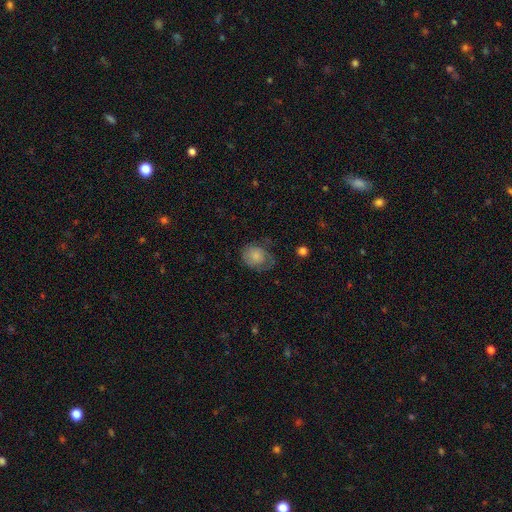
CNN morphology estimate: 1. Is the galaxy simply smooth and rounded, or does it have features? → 70% smooth, 22% featured or disk, 8% star or artifact.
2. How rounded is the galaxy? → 51% round, 48% in between, 1% cigar-shaped.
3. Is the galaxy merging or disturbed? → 48% none, 31% minor disturbance, 20% major disturbance, 2% merger.